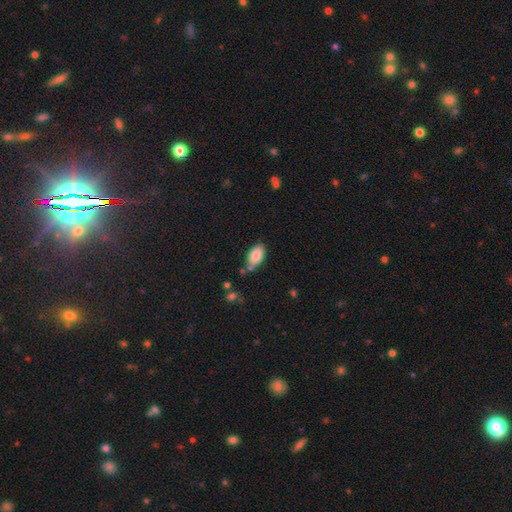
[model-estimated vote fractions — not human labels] Smooth or featured? Predicted: smooth (p=0.86). How rounded? Predicted: in between (p=0.94). Merging? Predicted: none (p=0.70).